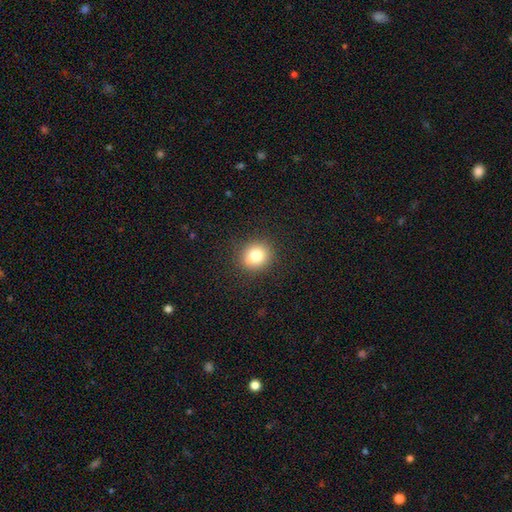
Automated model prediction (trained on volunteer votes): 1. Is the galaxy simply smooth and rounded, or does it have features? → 80% smooth, 11% star or artifact, 9% featured or disk.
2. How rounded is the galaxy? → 82% round, 17% in between, 1% cigar-shaped.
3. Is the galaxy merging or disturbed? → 89% none, 7% minor disturbance, 3% major disturbance, 1% merger.